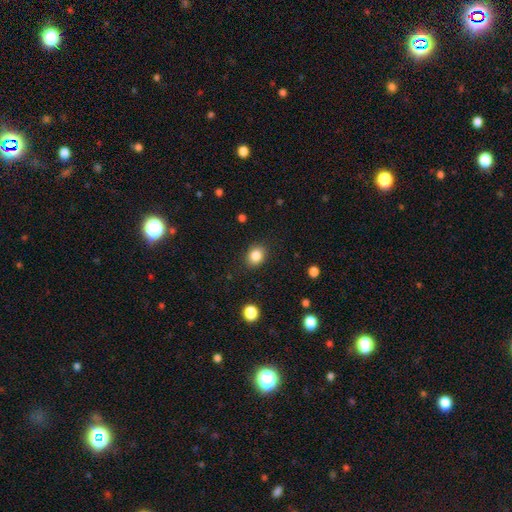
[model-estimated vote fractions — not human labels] smooth_or_featured: smooth (p=0.85) [alt: star or artifact p=0.10]
how_rounded: round (p=0.55) [alt: in between p=0.44]
merging: none (p=0.87) [alt: minor disturbance p=0.09]